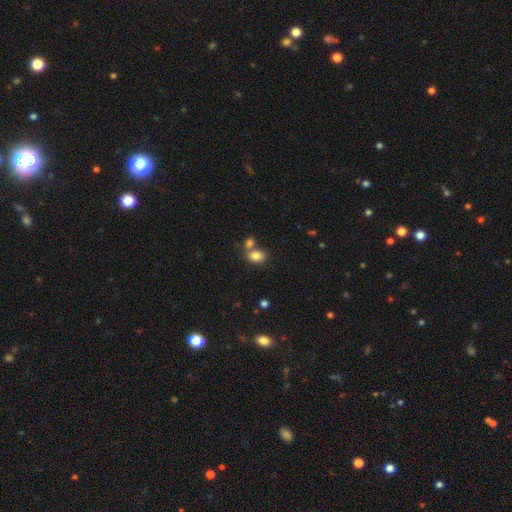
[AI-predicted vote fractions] Smooth or featured: smooth — 83% (star or artifact — 10%)
How rounded: in between — 73% (round — 26%)
Merging: none — 48% (merger — 38%)